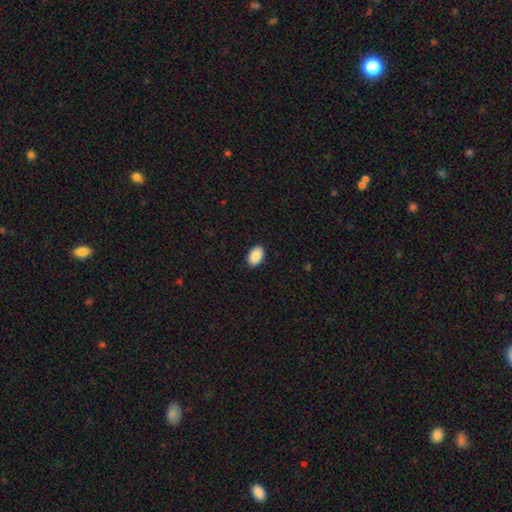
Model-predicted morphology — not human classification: Smooth or featured: smooth — 89% (star or artifact — 7%)
How rounded: in between — 89% (round — 10%)
Merging: none — 90% (minor disturbance — 7%)